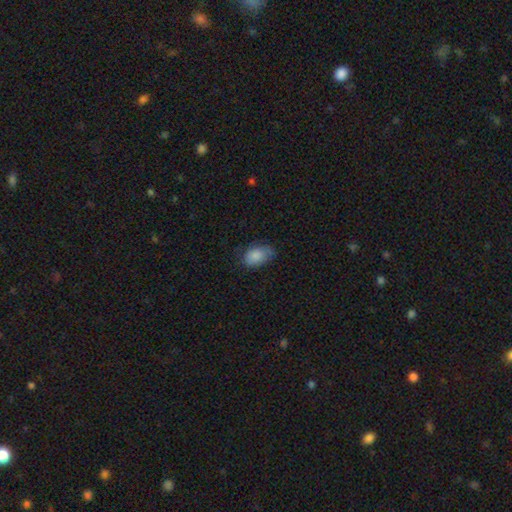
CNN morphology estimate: Smooth or featured: smooth — 84% (featured or disk — 9%)
How rounded: in between — 87% (round — 11%)
Merging: none — 59% (minor disturbance — 30%)